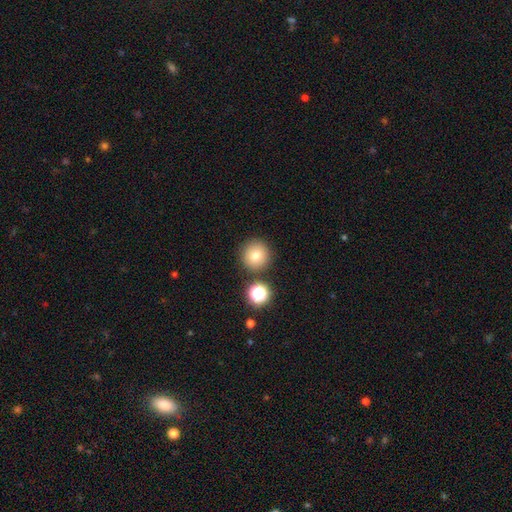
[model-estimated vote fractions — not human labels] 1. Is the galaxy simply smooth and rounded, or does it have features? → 77% smooth, 13% star or artifact, 10% featured or disk.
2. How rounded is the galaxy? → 95% round, 4% in between, 1% cigar-shaped.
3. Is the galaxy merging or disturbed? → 85% none, 7% merger, 7% minor disturbance, 2% major disturbance.